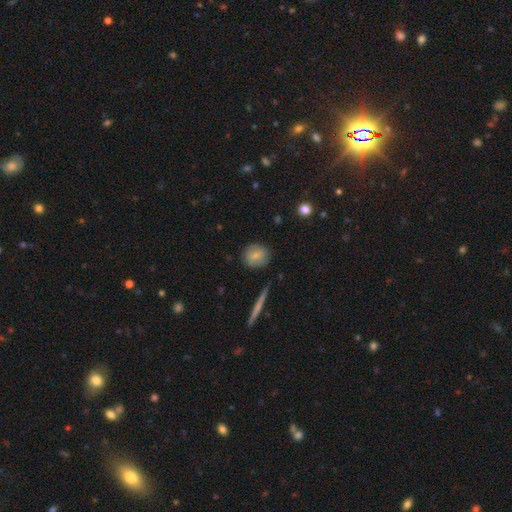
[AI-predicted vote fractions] Smooth or featured: smooth — 76% (featured or disk — 16%)
How rounded: round — 82% (in between — 16%)
Merging: none — 86% (minor disturbance — 10%)